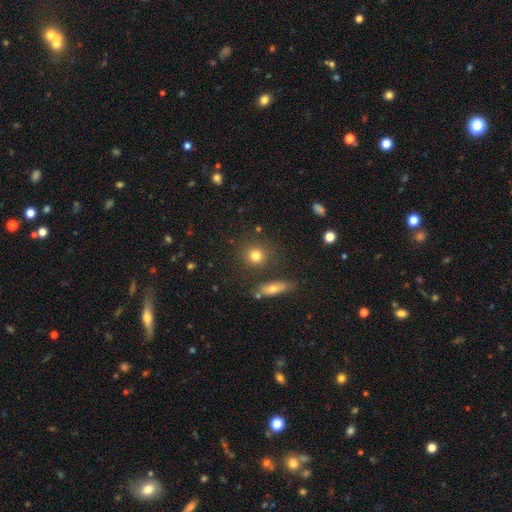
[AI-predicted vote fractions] A smooth galaxy with no disk features (77%) that is round (83%).

Vote fractions:
- Smooth or featured? smooth: 77% / star or artifact: 13% / featured or disk: 10%
- How rounded? round: 83% / in between: 14% / cigar-shaped: 2%
- Merging? none: 80% / minor disturbance: 9% / merger: 7% / major disturbance: 3%